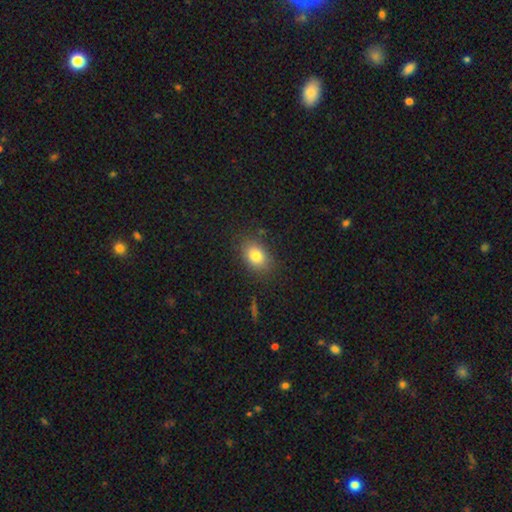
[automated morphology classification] A smooth galaxy with no disk features (81%) that is in between round and cigar-shaped (74%).

Vote fractions:
- Smooth or featured? smooth: 81% / star or artifact: 10% / featured or disk: 9%
- How rounded? in between: 74% / round: 25% / cigar-shaped: 1%
- Merging? none: 82% / minor disturbance: 12% / major disturbance: 4% / merger: 2%